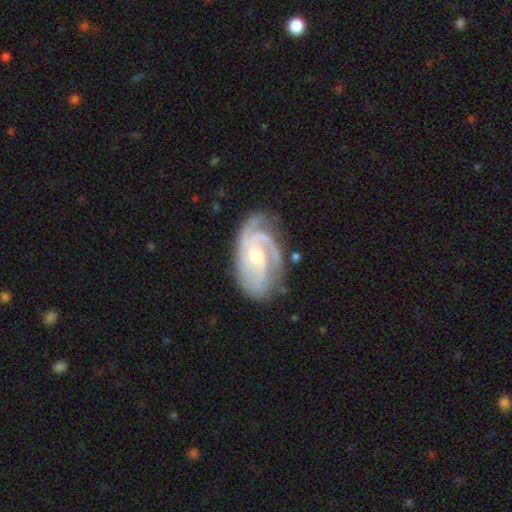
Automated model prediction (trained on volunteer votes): Smooth or featured: featured or disk — 89% (smooth — 6%)
Edge-on disk: no — 97% (yes — 3%)
Bar: no — 57% (weak — 34%)
Spiral arms: yes — 97% (no — 3%)
Spiral winding: tight — 55% (medium — 37%)
Spiral arm count: 3 — 48% (2 — 20%)
Bulge size: moderate — 53% (small — 43%)
Merging: none — 66% (minor disturbance — 22%)